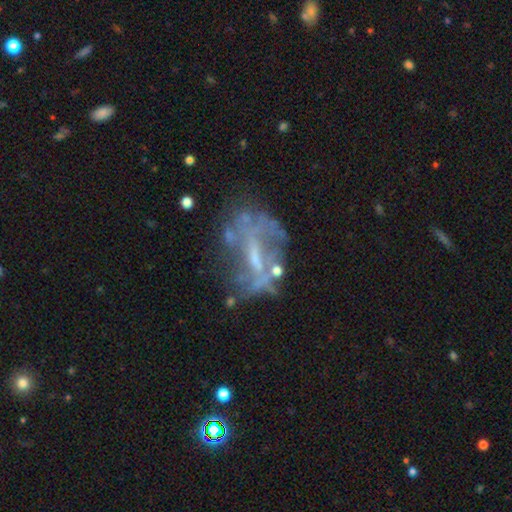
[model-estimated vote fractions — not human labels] This is likely a featured or disk galaxy (72%). It is clearly not viewed edge-on (94%). Bar: marginally weak (39%). Spiral arm pattern: possibly no (55%). Central bulge: marginally small (38%). Merging: possibly none (46%).